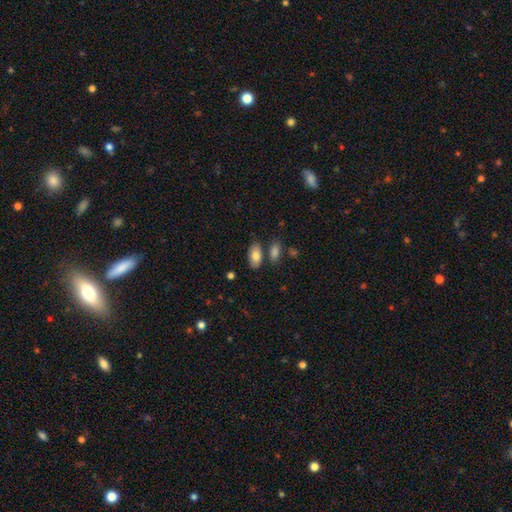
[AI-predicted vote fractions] smooth_or_featured: smooth (p=0.83) [alt: featured or disk p=0.11]
how_rounded: in between (p=0.92) [alt: cigar-shaped p=0.05]
merging: none (p=0.76) [alt: minor disturbance p=0.13]